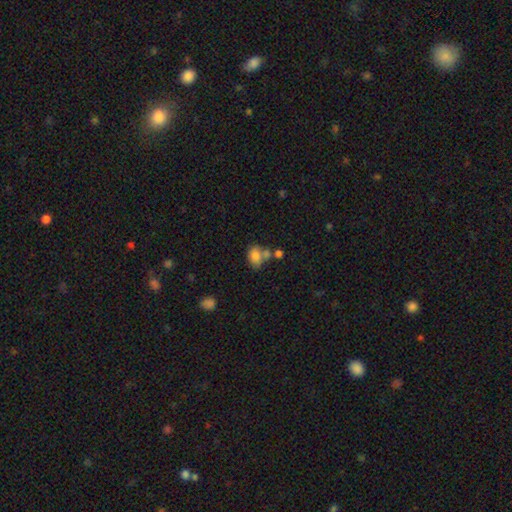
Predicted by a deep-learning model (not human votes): Smooth or featured? Predicted: smooth (p=0.81). How rounded? Predicted: in between (p=0.69). Merging? Predicted: none (p=0.48).